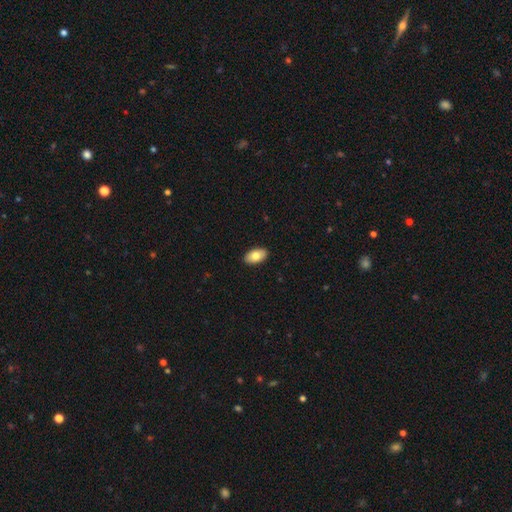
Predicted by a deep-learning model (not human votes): smooth_or_featured: smooth (p=0.79) [alt: featured or disk p=0.15]
how_rounded: in between (p=0.94) [alt: round p=0.04]
merging: none (p=0.91) [alt: minor disturbance p=0.07]